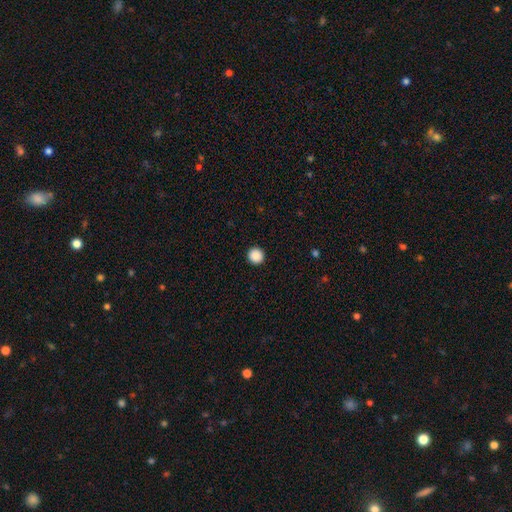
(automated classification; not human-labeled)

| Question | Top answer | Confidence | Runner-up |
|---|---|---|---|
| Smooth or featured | smooth | 89% | star or artifact (9%) |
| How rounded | round | 93% | in between (6%) |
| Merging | none | 93% | minor disturbance (4%) |